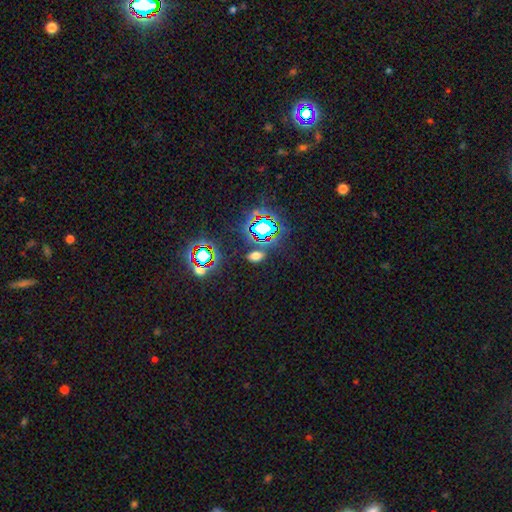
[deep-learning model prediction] A smooth galaxy with no disk features (52%) that is in between round and cigar-shaped (79%). Merging: none (81%).